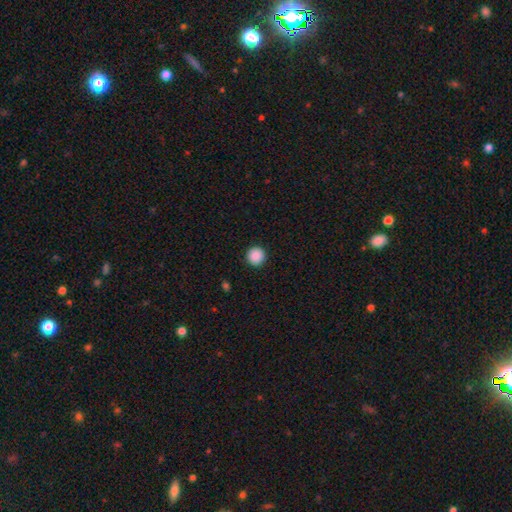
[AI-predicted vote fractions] Smooth or featured? Predicted: smooth (p=0.90). How rounded? Predicted: round (p=0.95). Merging? Predicted: none (p=0.93).